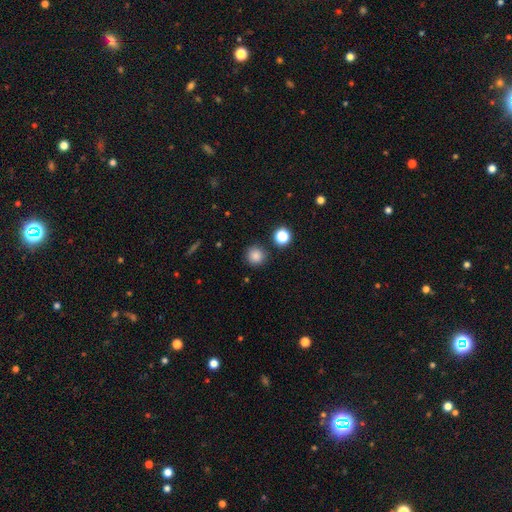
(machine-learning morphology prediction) Smooth or featured?
  - smooth: 84% *
  - star or artifact: 12%
  - featured or disk: 4%
How rounded?
  - round: 94% *
  - in between: 5%
  - cigar-shaped: 1%
Merging?
  - none: 86% *
  - minor disturbance: 8%
  - merger: 4%
  - major disturbance: 3%